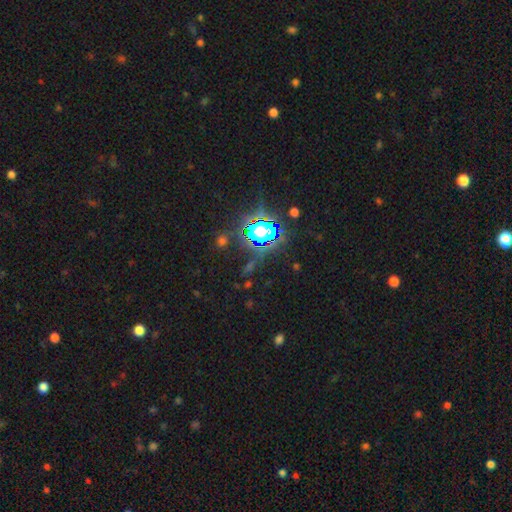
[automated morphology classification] This is clearly a star or artifact rather than a galaxy (83%).